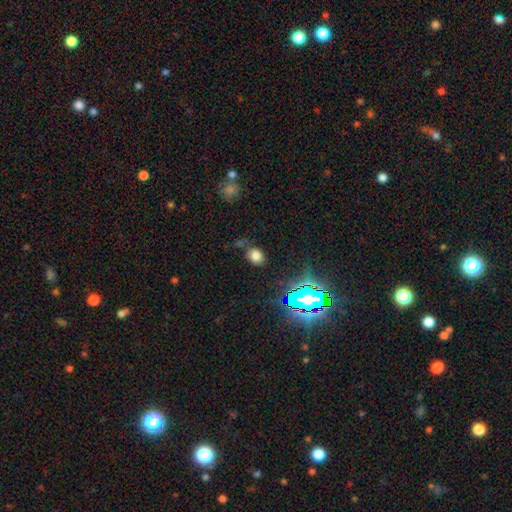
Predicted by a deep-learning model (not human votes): A smooth galaxy with no disk features (71%) that is in between round and cigar-shaped (57%).

Vote fractions:
- Smooth or featured? smooth: 71% / star or artifact: 20% / featured or disk: 9%
- How rounded? in between: 57% / round: 42% / cigar-shaped: 1%
- Merging? none: 71% / minor disturbance: 16% / merger: 7% / major disturbance: 6%